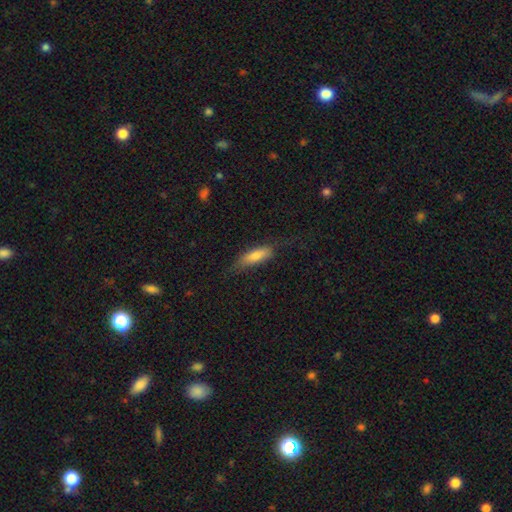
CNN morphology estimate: A smooth galaxy with no disk features (69%) that is cigar-shaped (54%).

Vote fractions:
- Smooth or featured? smooth: 69% / featured or disk: 24% / star or artifact: 7%
- How rounded? cigar-shaped: 54% / in between: 44% / round: 2%
- Merging? none: 65% / minor disturbance: 24% / major disturbance: 9% / merger: 2%